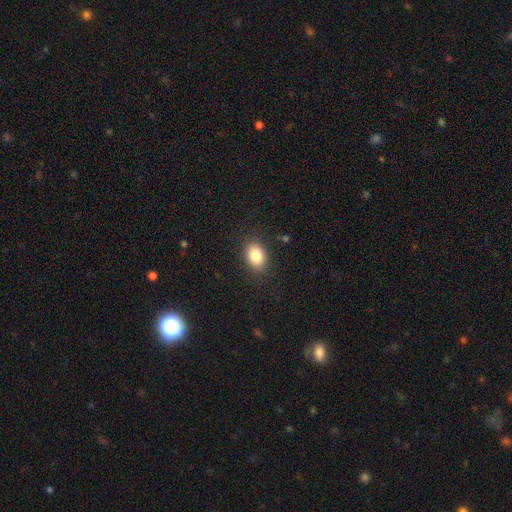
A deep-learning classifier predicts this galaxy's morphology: smooth 83%, star or artifact 9%, featured or disk 8%. Down the decision tree: how rounded — in between (75%); merging — none (87%).